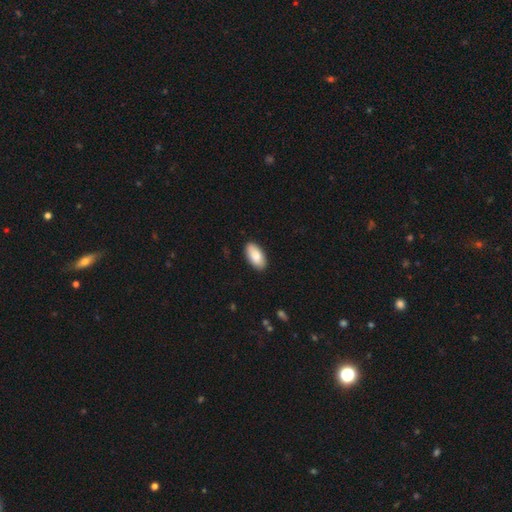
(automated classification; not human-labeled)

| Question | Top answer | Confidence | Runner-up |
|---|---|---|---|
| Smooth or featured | smooth | 84% | featured or disk (10%) |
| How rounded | in between | 94% | cigar-shaped (4%) |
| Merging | none | 89% | minor disturbance (8%) |